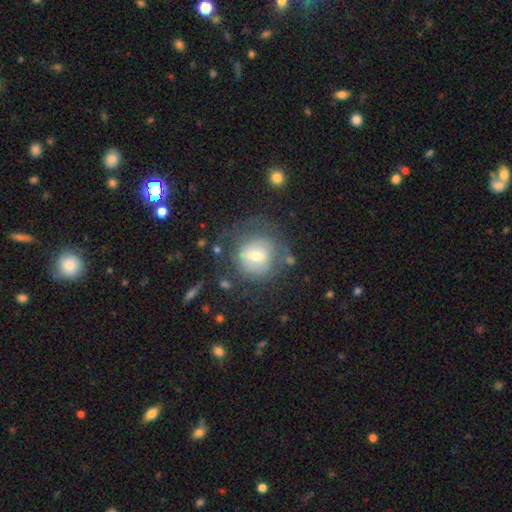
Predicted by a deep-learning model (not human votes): Smooth or featured? smooth (49%)
Merging? none (56%)